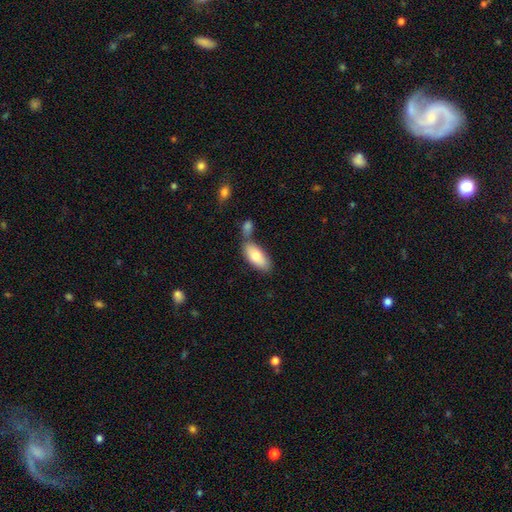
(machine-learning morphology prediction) Q: Smooth or featured?
A: smooth (78%); runner-up: featured or disk (16%)
Q: How rounded?
A: in between (89%); runner-up: cigar-shaped (8%)
Q: Merging?
A: none (53%); runner-up: merger (28%)